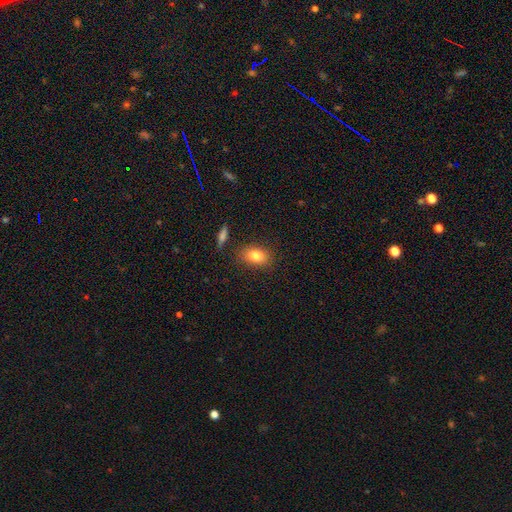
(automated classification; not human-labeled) A smooth galaxy with no disk features (82%) that is in between round and cigar-shaped (79%). Merging: none (83%).